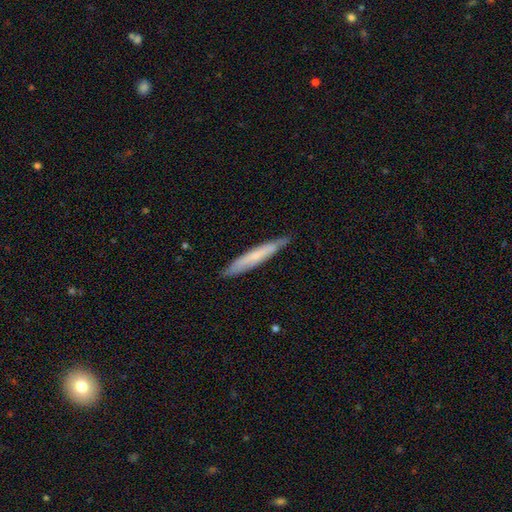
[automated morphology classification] This is possibly a smooth galaxy (55%). How rounded: clearly cigar-shaped (93%). Merging: clearly none (80%).